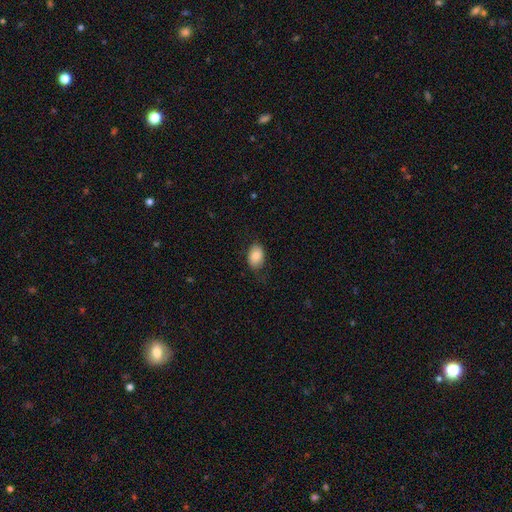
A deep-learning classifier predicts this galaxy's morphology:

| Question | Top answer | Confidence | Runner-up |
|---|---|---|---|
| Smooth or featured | smooth | 80% | featured or disk (12%) |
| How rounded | in between | 82% | round (17%) |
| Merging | none | 69% | minor disturbance (23%) |